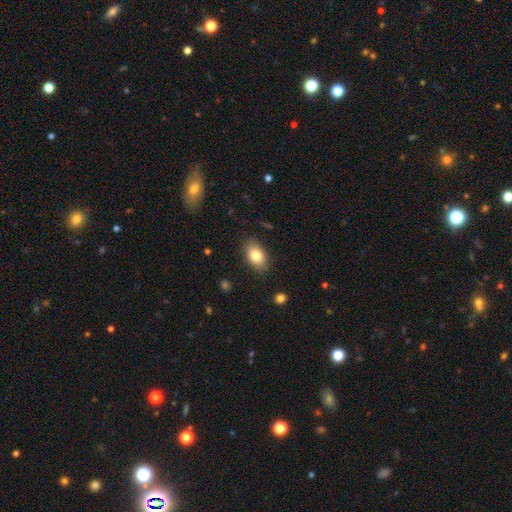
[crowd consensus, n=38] Smooth or featured: smooth — 87% (star or artifact — 8%)
How rounded: in between — 91% (round — 6%)
Merging: none — 83% (minor disturbance — 14%)